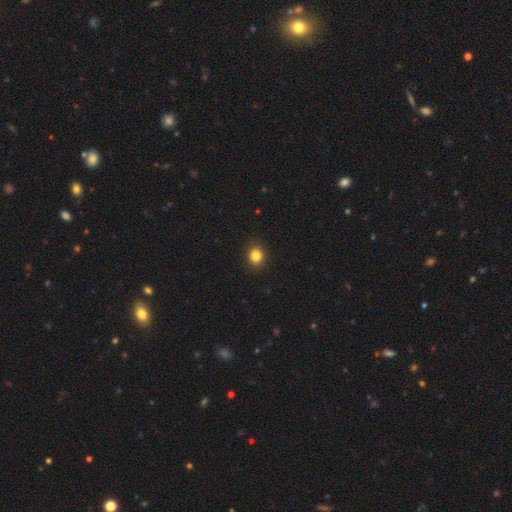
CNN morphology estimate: smooth 84%, star or artifact 11%, featured or disk 4%. Down the decision tree: how rounded — round (76%); merging — none (91%).